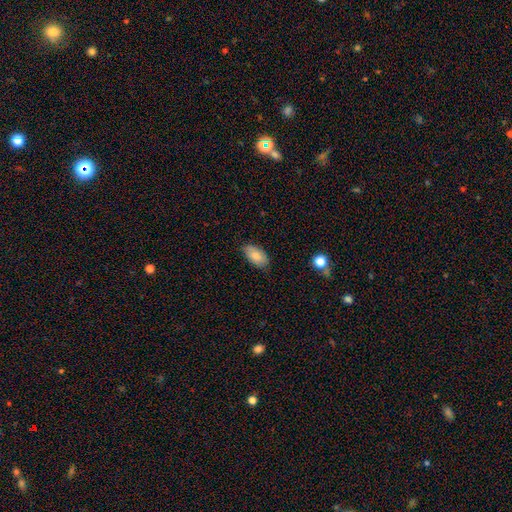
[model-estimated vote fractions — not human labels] smooth-or-featured: smooth: 82% | featured or disk: 11% | star or artifact: 7%
  how-rounded: in between: 94% | round: 3% | cigar-shaped: 3%
  merging: none: 78% | minor disturbance: 18% | major disturbance: 3% | merger: 1%